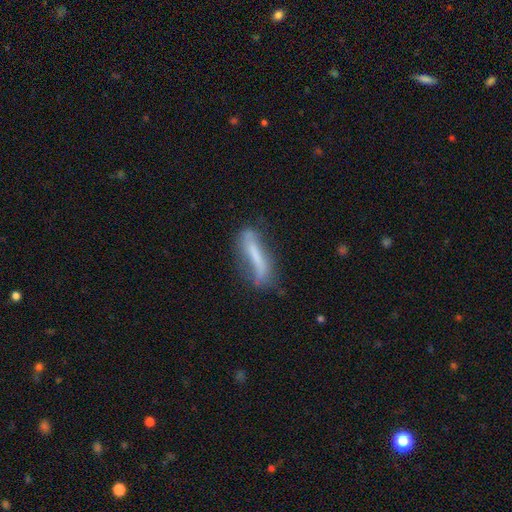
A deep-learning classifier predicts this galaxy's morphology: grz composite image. It shows a smooth galaxy with no disk features (49%). Merging: none (57%).